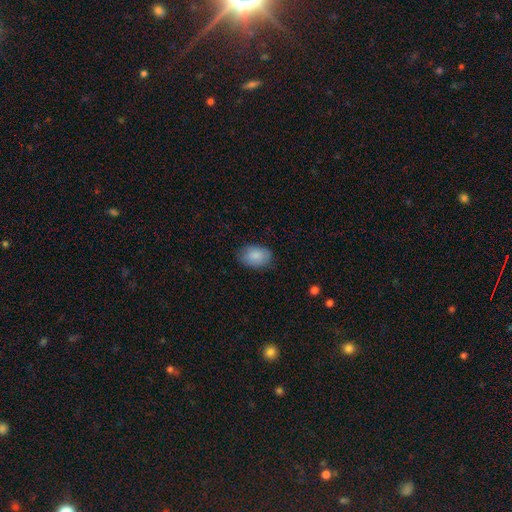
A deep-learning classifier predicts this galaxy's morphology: Overall: smooth (87%). How rounded: in between (84%). Merging: none (82%).